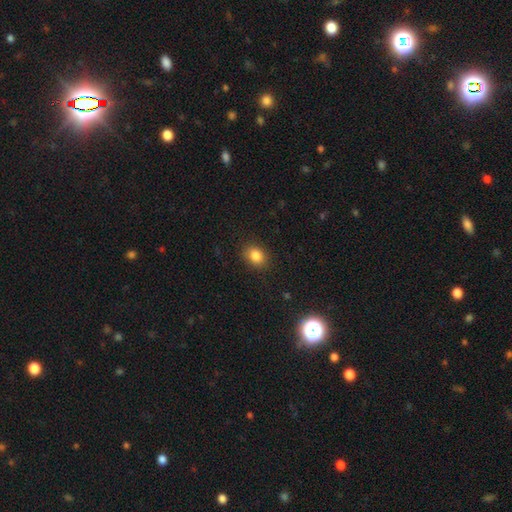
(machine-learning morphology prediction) A smooth galaxy with no disk features (84%) that is in between round and cigar-shaped (59%). Merging: none (87%).